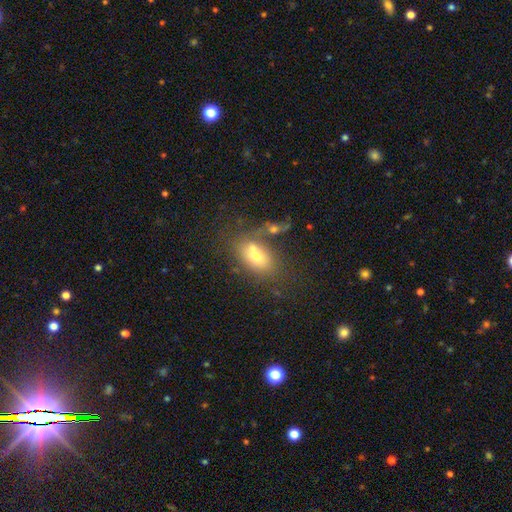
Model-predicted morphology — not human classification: smooth_or_featured: smooth (p=0.67) [alt: featured or disk p=0.21]
how_rounded: in between (p=0.82) [alt: round p=0.14]
merging: none (p=0.42) [alt: merger p=0.34]